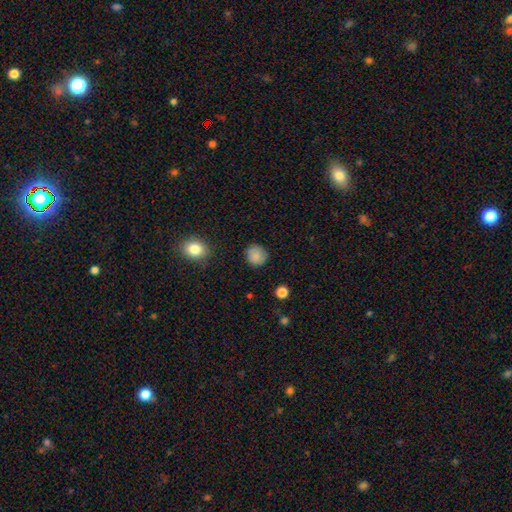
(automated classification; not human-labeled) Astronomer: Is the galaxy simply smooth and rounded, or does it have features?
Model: smooth — 86%.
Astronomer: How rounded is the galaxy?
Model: round — 89%.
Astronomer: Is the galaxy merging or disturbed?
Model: none — 84%.